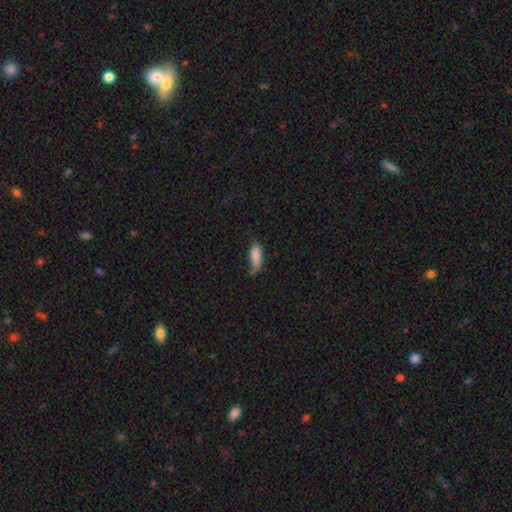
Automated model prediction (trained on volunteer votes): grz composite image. It shows a smooth galaxy with no disk features (84%) that is in between round and cigar-shaped (67%). Merging: none (46%).